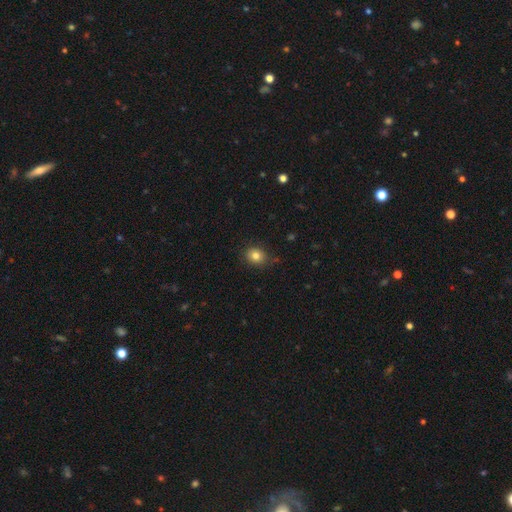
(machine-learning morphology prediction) The model was most divided on "how rounded": round: 67%, in between: 32%, cigar-shaped: 1%. More confident: merging — none (84%); smooth or featured — smooth (81%).